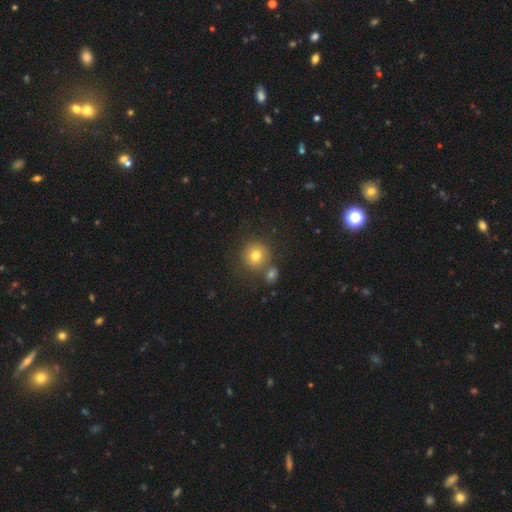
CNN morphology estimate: A smooth galaxy with no disk features (77%) that is round (90%).

Vote fractions:
- Smooth or featured? smooth: 77% / star or artifact: 13% / featured or disk: 10%
- How rounded? round: 90% / in between: 9% / cigar-shaped: 1%
- Merging? none: 71% / merger: 16% / minor disturbance: 9% / major disturbance: 3%